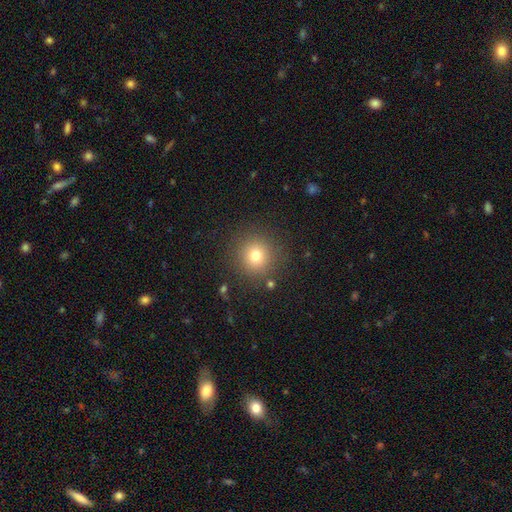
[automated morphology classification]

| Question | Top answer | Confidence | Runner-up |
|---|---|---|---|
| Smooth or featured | smooth | 76% | star or artifact (15%) |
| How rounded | round | 93% | in between (6%) |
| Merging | none | 87% | minor disturbance (7%) |